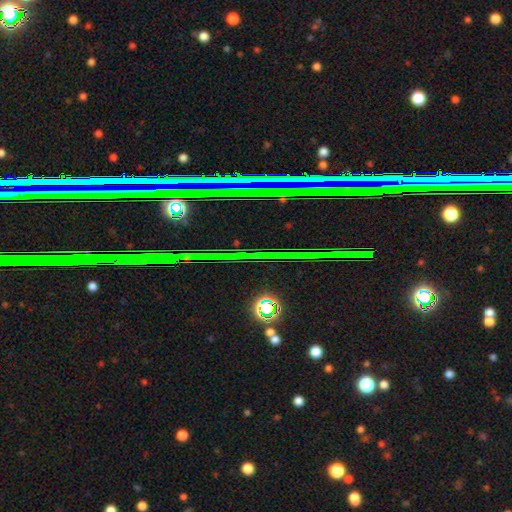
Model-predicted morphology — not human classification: This is likely a star or artifact rather than a galaxy (77%).